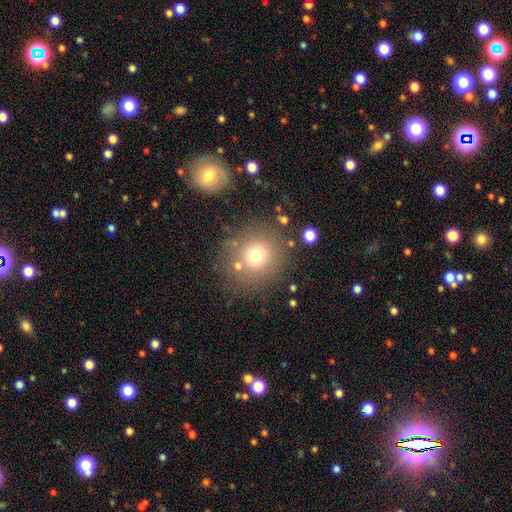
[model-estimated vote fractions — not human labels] A smooth galaxy with no disk features (72%) that is round (88%).

Vote fractions:
- Smooth or featured? smooth: 72% / star or artifact: 15% / featured or disk: 13%
- How rounded? round: 88% / in between: 11% / cigar-shaped: 1%
- Merging? none: 77% / minor disturbance: 11% / merger: 7% / major disturbance: 6%